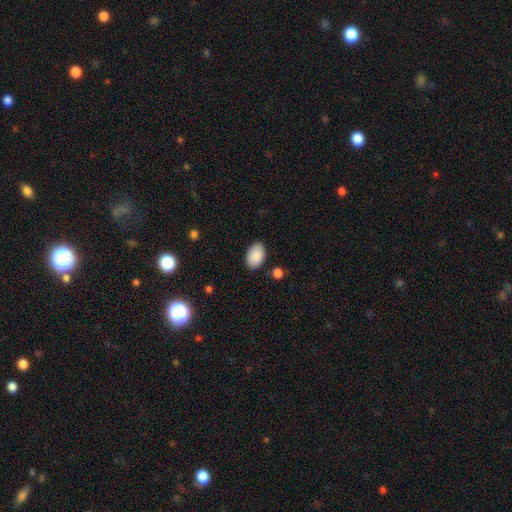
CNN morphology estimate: Smooth or featured: smooth — 89% (star or artifact — 6%)
How rounded: in between — 89% (round — 10%)
Merging: none — 84% (minor disturbance — 11%)